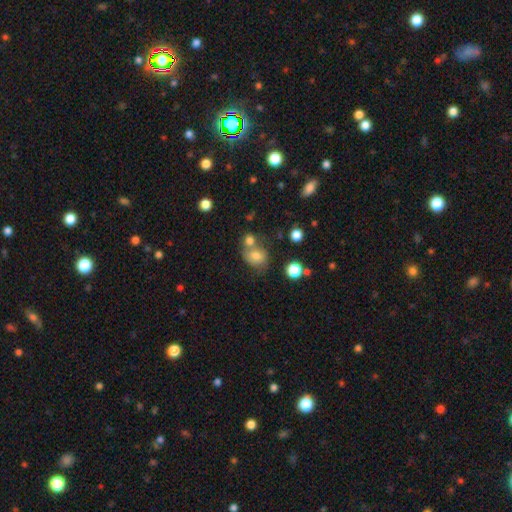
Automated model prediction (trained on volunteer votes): Morphology: type=smooth (72%); roundness=round (54%); merging=none (43%).